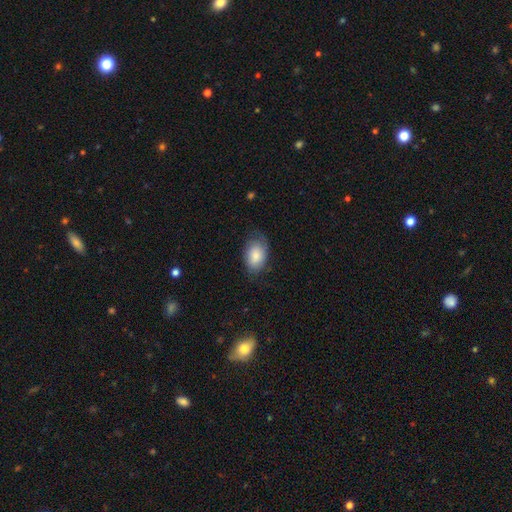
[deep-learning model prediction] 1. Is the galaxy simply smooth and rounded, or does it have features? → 77% smooth, 16% featured or disk, 7% star or artifact.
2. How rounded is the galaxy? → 85% in between, 14% round, 1% cigar-shaped.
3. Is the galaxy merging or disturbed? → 62% none, 27% minor disturbance, 10% major disturbance, 1% merger.